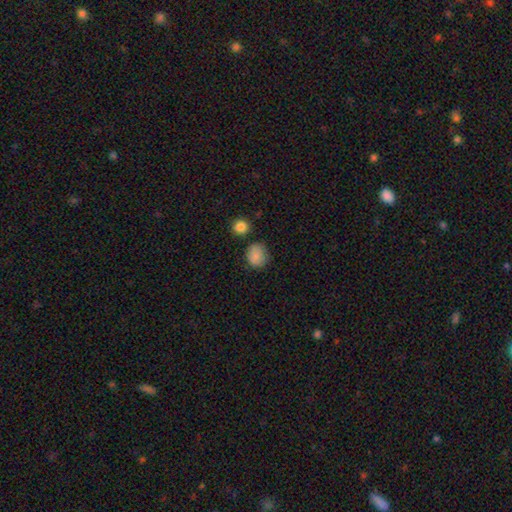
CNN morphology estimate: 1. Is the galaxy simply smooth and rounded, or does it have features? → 86% smooth, 10% star or artifact, 4% featured or disk.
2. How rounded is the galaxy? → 75% round, 24% in between, 1% cigar-shaped.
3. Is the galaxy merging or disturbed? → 73% none, 18% minor disturbance, 4% major disturbance, 4% merger.